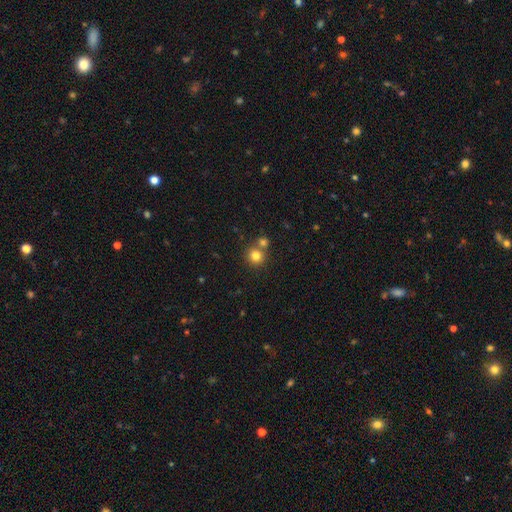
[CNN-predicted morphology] type=smooth (81%); roundness=round (91%); merging=none (64%).